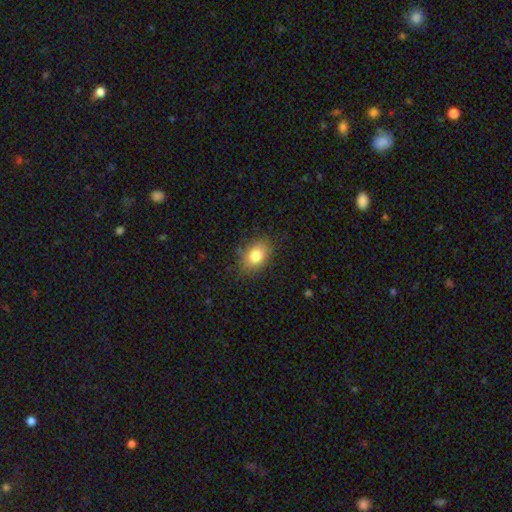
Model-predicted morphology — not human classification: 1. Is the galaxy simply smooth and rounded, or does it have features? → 81% smooth, 10% featured or disk, 9% star or artifact.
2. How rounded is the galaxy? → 76% in between, 22% round, 1% cigar-shaped.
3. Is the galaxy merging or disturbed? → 83% none, 13% minor disturbance, 3% major disturbance, 1% merger.